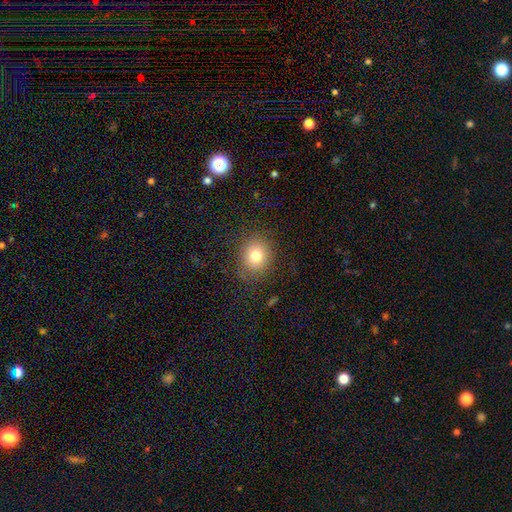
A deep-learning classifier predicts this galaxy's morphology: A smooth galaxy with no disk features (78%) that is round (71%). Merging: none (83%).